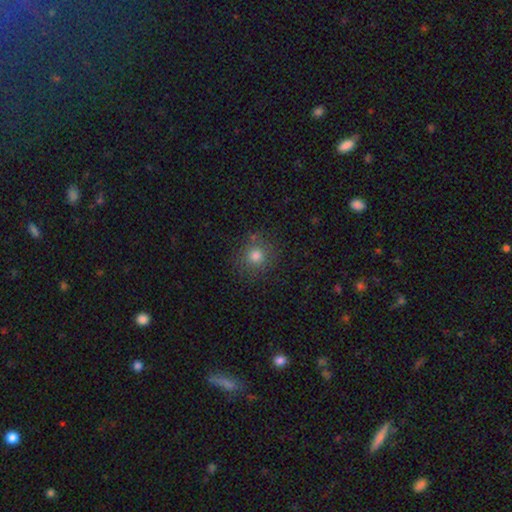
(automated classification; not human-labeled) Overall: smooth (79%). How rounded: round (90%). Merging: none (83%).